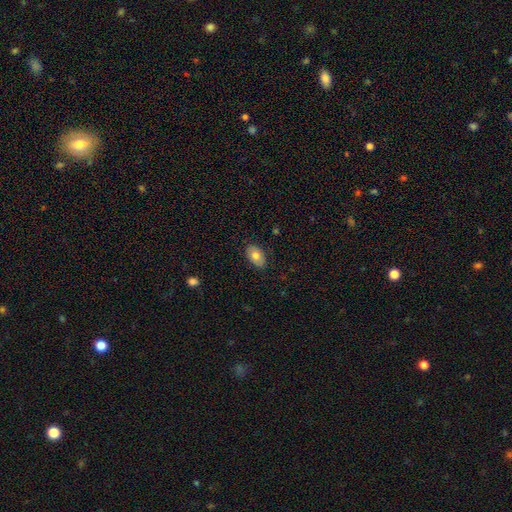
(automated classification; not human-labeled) Smooth or featured?
  - smooth: 76% *
  - featured or disk: 17%
  - star or artifact: 7%
How rounded?
  - in between: 89% *
  - round: 10%
  - cigar-shaped: 1%
Merging?
  - none: 84% *
  - minor disturbance: 13%
  - major disturbance: 2%
  - merger: 1%